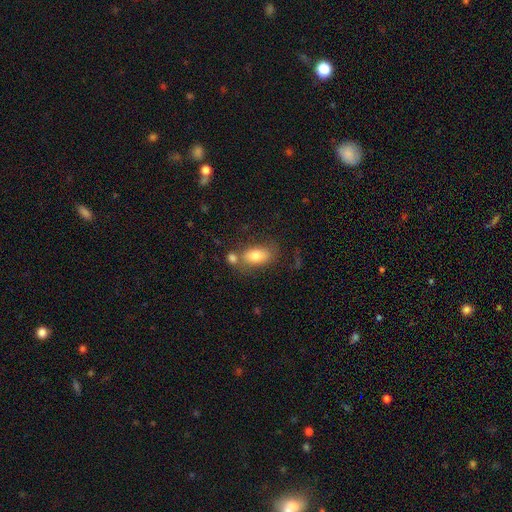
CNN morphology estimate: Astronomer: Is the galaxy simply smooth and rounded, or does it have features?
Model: smooth — 79%.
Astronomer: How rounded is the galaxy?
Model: in between — 89%.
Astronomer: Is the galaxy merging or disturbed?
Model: none — 53%.